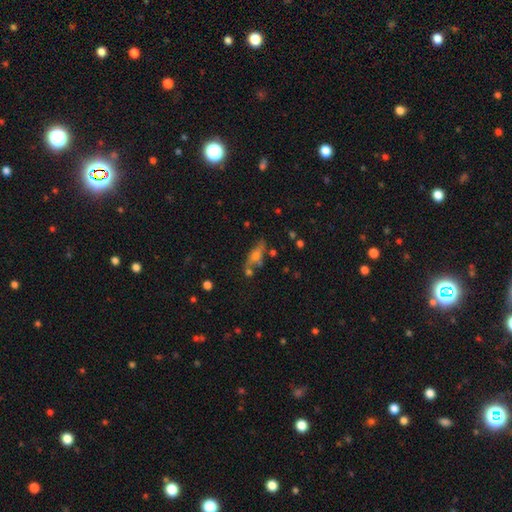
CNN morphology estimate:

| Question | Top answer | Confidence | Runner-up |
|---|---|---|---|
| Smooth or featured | smooth | 46% | featured or disk (42%) |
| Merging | none | 56% | minor disturbance (19%) |